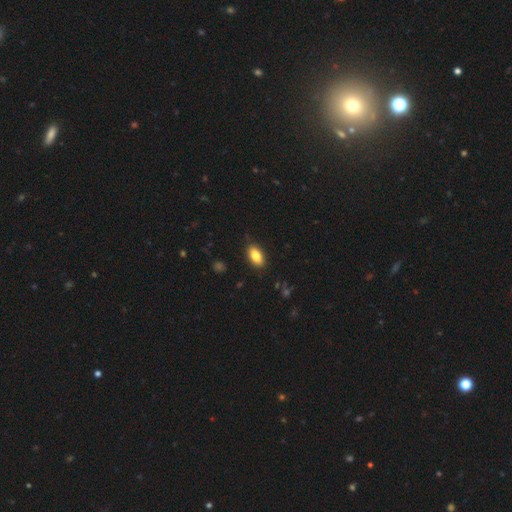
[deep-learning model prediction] Overall: smooth (84%). How rounded: in between (91%). Merging: none (87%).